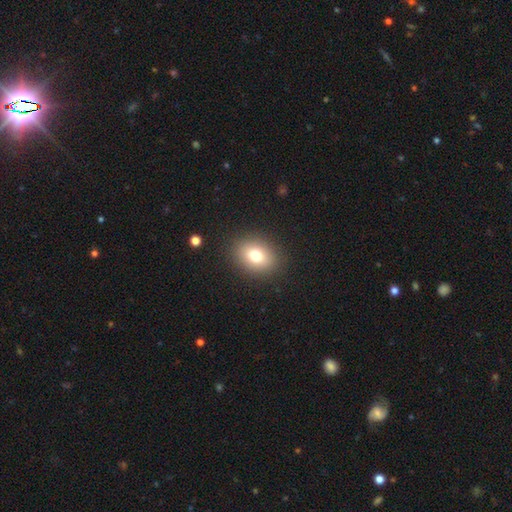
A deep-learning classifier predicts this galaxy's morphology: A smooth galaxy with no disk features (76%) that is in between round and cigar-shaped (56%).

Vote fractions:
- Smooth or featured? smooth: 76% / featured or disk: 12% / star or artifact: 12%
- How rounded? in between: 56% / round: 43% / cigar-shaped: 1%
- Merging? none: 89% / minor disturbance: 7% / major disturbance: 3% / merger: 1%